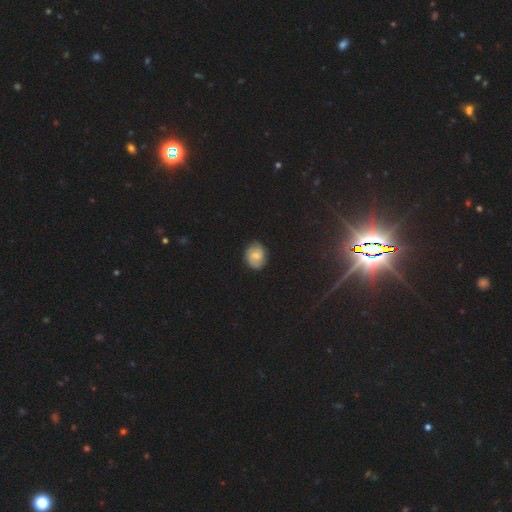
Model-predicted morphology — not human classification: Smooth or featured: smooth — 45% (tied with featured or disk — 45%)
Merging: none — 82% (minor disturbance — 14%)